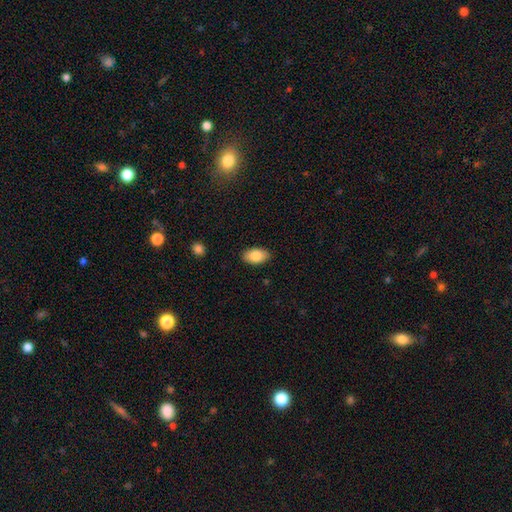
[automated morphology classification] Smooth or featured? smooth (86%)
How rounded? in between (94%)
Merging? none (88%)